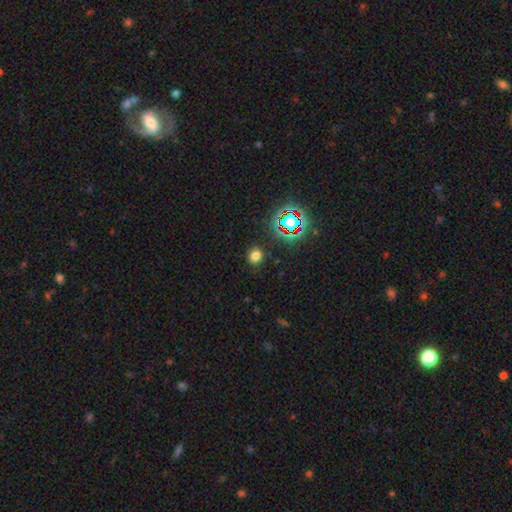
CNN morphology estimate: Q: Smooth or featured?
A: smooth (72%); runner-up: star or artifact (22%)
Q: How rounded?
A: round (75%); runner-up: in between (24%)
Q: Merging?
A: none (88%); runner-up: minor disturbance (7%)